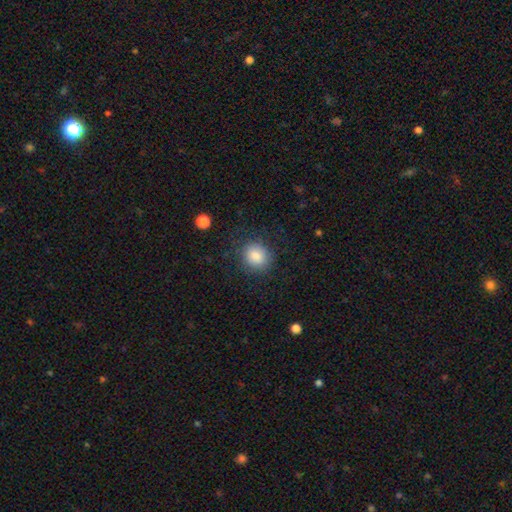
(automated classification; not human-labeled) Overall: smooth (85%). How rounded: round (73%). Merging: none (83%).